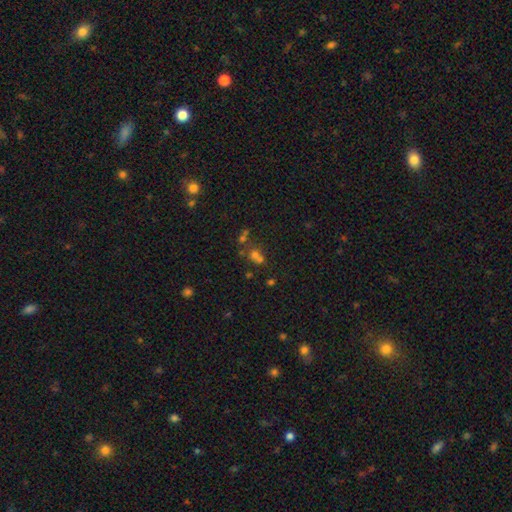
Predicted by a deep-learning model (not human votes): This appears to be a smooth galaxy with no disk features (46%). Merging: none (44%).